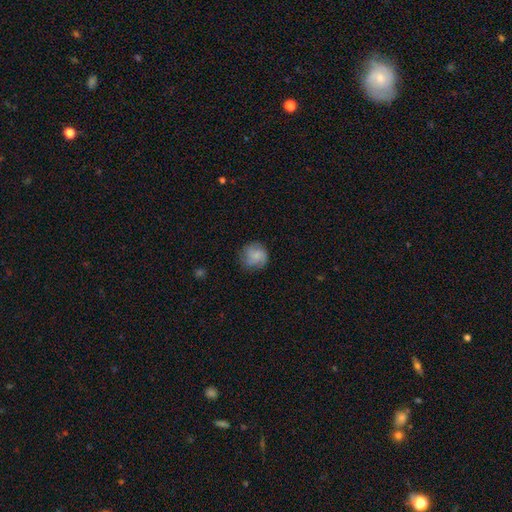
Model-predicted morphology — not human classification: A smooth galaxy with no disk features (67%) that is round (89%). Merging: none (74%).